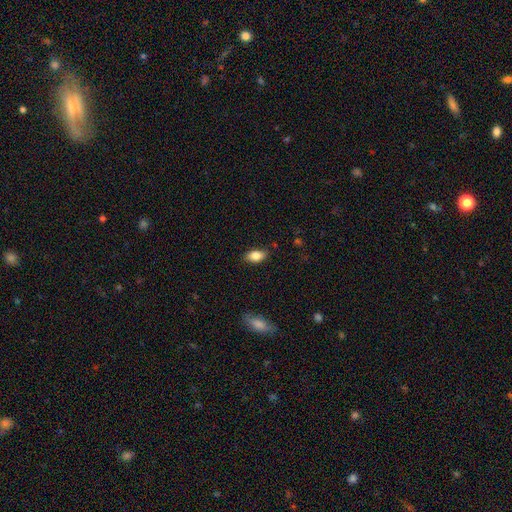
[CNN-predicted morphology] This is clearly a smooth galaxy (84%). How rounded: clearly in between (89%). Merging: clearly none (84%).